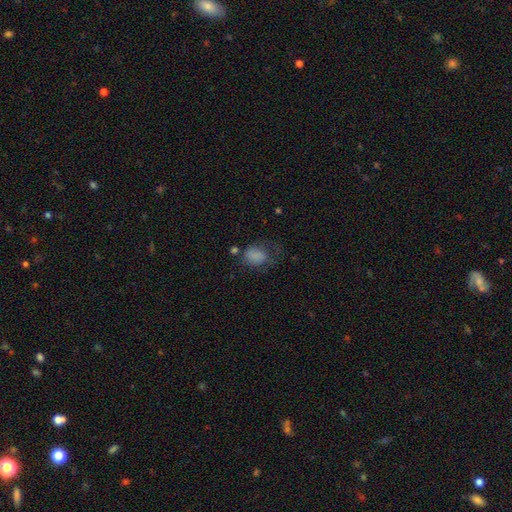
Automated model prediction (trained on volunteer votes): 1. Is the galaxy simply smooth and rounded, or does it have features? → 76% smooth, 13% featured or disk, 11% star or artifact.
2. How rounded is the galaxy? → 67% in between, 31% round, 1% cigar-shaped.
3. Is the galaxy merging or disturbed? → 38% none, 29% major disturbance, 27% minor disturbance, 6% merger.